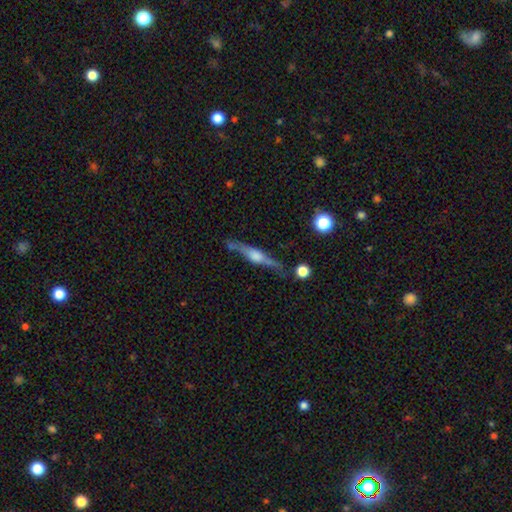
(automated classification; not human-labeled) Smooth or featured?
  - featured or disk: 75% *
  - smooth: 19%
  - star or artifact: 6%
Edge-on disk?
  - yes: 96% *
  - no: 4%
Edge-on bulge?
  - rounded: 80% *
  - boxy: 16%
  - none: 4%
Merging?
  - none: 72% *
  - minor disturbance: 17%
  - merger: 6%
  - major disturbance: 5%